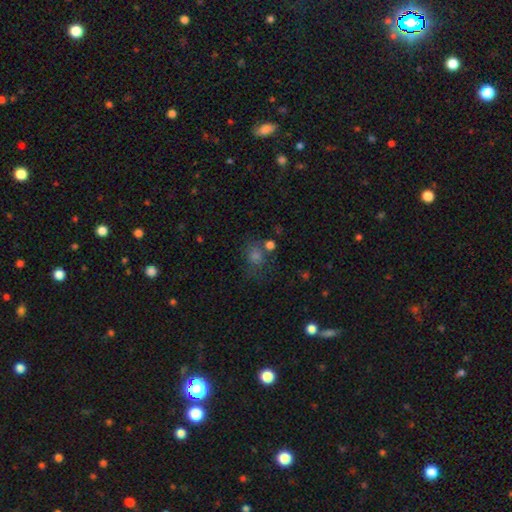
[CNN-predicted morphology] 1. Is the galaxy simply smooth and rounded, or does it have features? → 54% smooth, 33% star or artifact, 13% featured or disk.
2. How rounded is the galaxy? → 67% round, 32% in between, 2% cigar-shaped.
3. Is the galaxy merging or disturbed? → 64% none, 16% minor disturbance, 11% merger, 10% major disturbance.